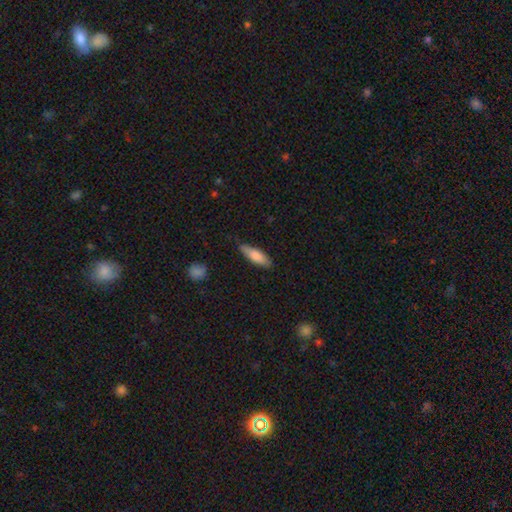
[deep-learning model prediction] Smooth or featured?
  - smooth: 80% *
  - featured or disk: 14%
  - star or artifact: 6%
How rounded?
  - cigar-shaped: 51% *
  - in between: 48%
  - round: 2%
Merging?
  - none: 77% *
  - minor disturbance: 18%
  - major disturbance: 3%
  - merger: 2%